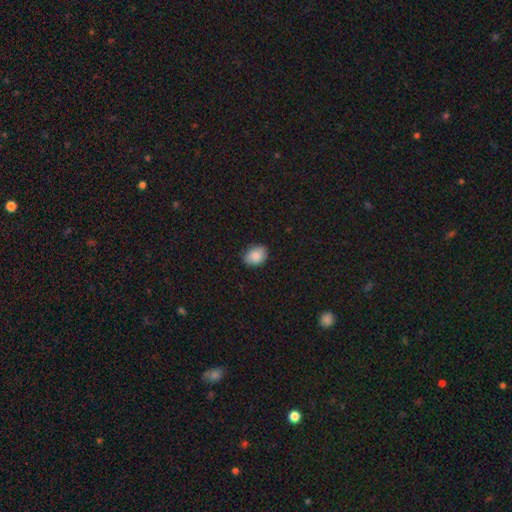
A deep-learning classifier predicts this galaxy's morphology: A smooth galaxy with no disk features (86%) that is in between round and cigar-shaped (70%). Merging: none (86%).